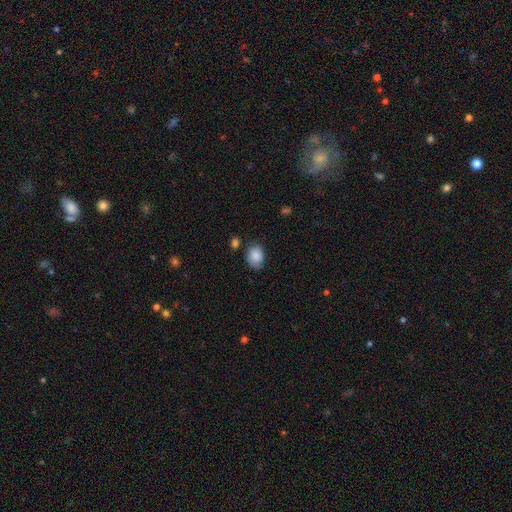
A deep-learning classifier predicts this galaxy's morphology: smooth_or_featured: smooth (p=0.86) [alt: star or artifact p=0.08]
how_rounded: in between (p=0.65) [alt: round p=0.34]
merging: none (p=0.70) [alt: minor disturbance p=0.21]